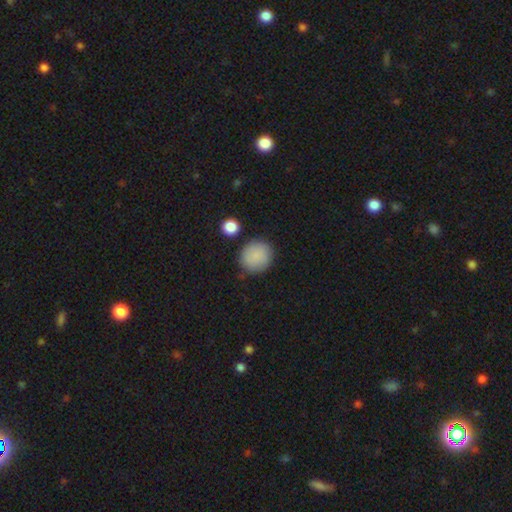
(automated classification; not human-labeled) Overall: smooth (87%). How rounded: round (87%). Merging: none (83%).